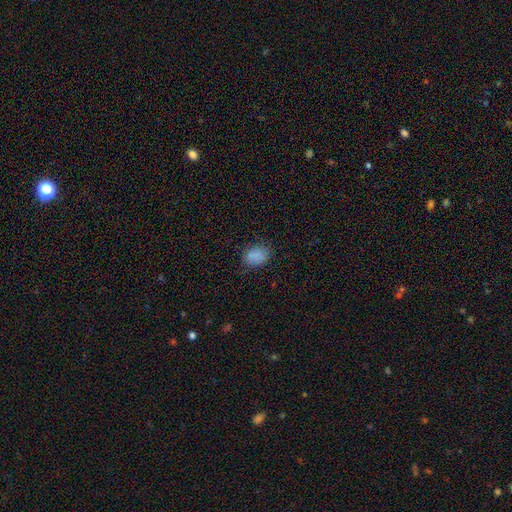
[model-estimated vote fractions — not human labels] A smooth galaxy with no disk features (85%) that is in between round and cigar-shaped (67%). Merging: none (76%).